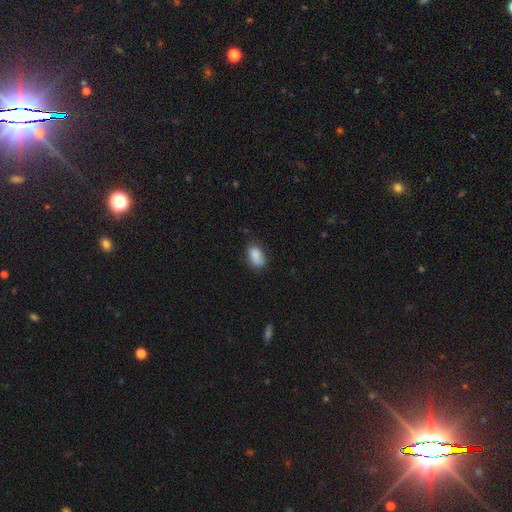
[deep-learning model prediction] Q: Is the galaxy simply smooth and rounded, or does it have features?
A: smooth — 86%.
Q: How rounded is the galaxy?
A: in between — 90%.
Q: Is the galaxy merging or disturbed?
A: none — 69%.